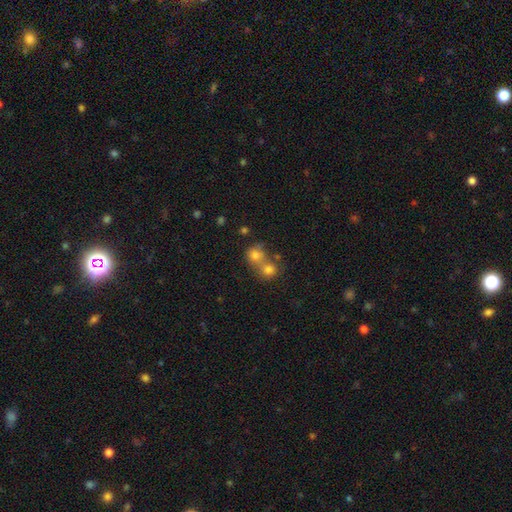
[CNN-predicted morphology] This appears to be a smooth galaxy with no disk features (70%) that is round (80%). Merging: merger (55%).